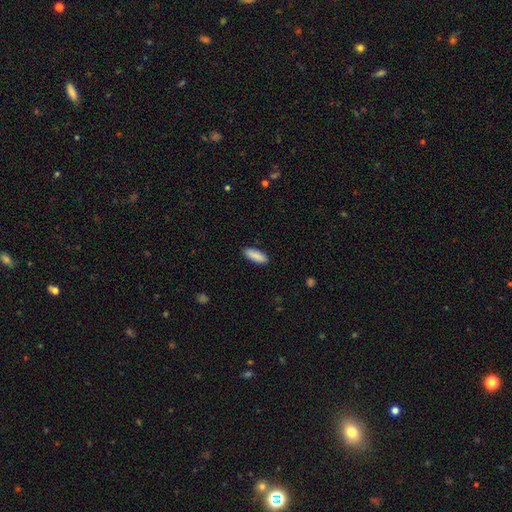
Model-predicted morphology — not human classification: A smooth galaxy with no disk features (89%) that is in between round and cigar-shaped (59%).

Vote fractions:
- Smooth or featured? smooth: 89% / star or artifact: 6% / featured or disk: 5%
- How rounded? in between: 59% / cigar-shaped: 39% / round: 2%
- Merging? none: 89% / minor disturbance: 8% / major disturbance: 2% / merger: 1%